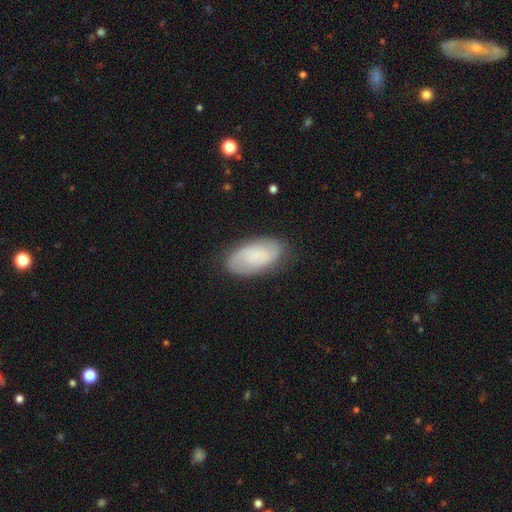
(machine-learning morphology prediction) type=smooth (50%); roundness=in between (94%); merging=none (82%).